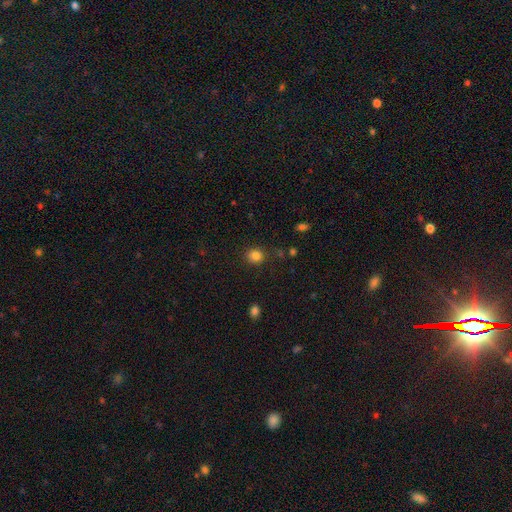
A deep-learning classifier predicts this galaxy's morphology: Smooth or featured: smooth — 83% (star or artifact — 12%)
How rounded: round — 83% (in between — 16%)
Merging: none — 83% (minor disturbance — 11%)